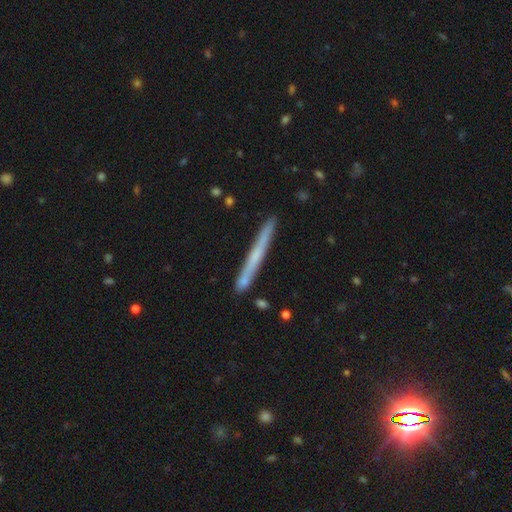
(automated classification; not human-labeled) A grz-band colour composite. It shows a featured or disk galaxy (47%). Merging: none (87%).